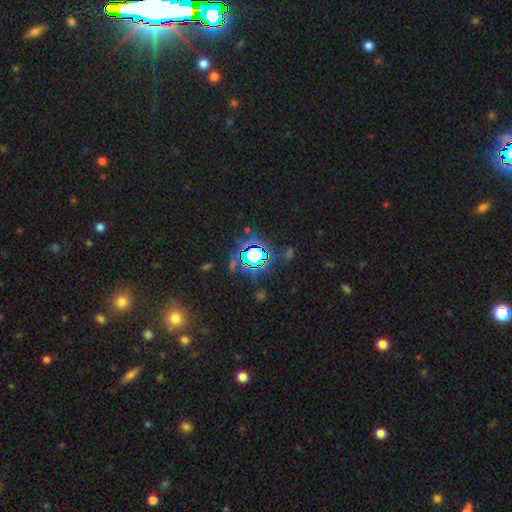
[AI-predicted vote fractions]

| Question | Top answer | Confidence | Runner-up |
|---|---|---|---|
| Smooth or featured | star or artifact | 72% | smooth (18%) |